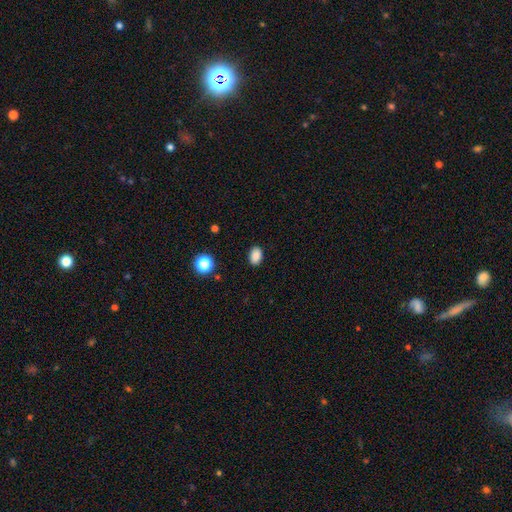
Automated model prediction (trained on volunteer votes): smooth 87%, star or artifact 10%, featured or disk 3%. Down the decision tree: how rounded — in between (82%); merging — none (88%).